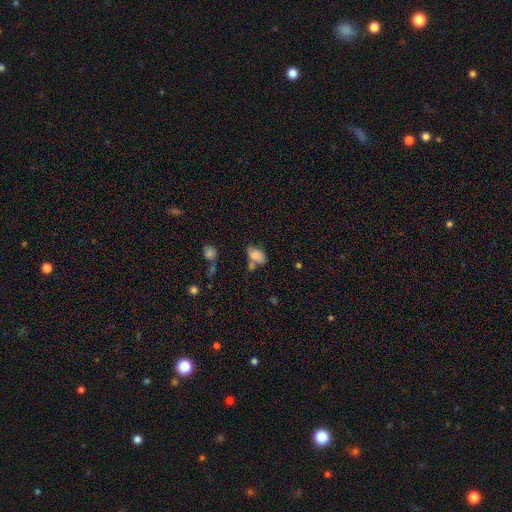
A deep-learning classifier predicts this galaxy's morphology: Smooth or featured? Predicted: smooth (p=0.80). How rounded? Predicted: in between (p=0.89). Merging? Predicted: none (p=0.46).